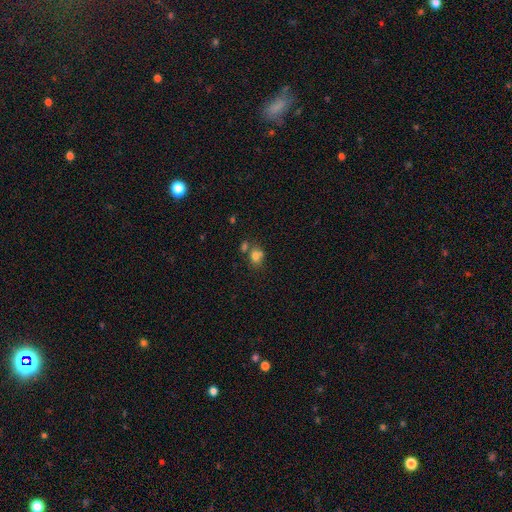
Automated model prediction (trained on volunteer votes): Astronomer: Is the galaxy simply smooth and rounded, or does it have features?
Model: smooth — 74%.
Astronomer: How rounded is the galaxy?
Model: round — 58% (runner-up: in between, 41%).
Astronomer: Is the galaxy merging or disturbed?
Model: none — 47% (runner-up: merger, 33%).